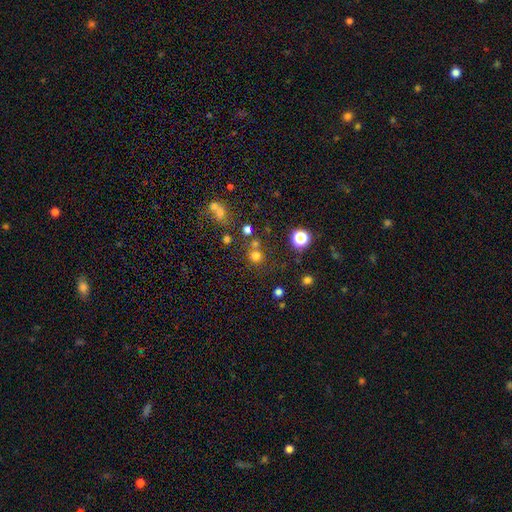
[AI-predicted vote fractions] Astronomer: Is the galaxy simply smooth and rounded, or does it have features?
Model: smooth — 69%.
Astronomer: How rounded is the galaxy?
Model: round — 91%.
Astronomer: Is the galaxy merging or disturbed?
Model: none — 68%.